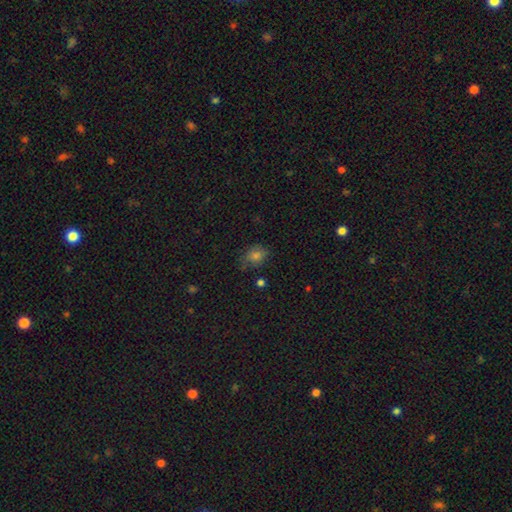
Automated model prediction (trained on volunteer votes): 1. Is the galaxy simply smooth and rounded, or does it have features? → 73% smooth, 15% star or artifact, 11% featured or disk.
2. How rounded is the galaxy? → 55% in between, 44% round, 1% cigar-shaped.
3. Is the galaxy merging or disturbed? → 68% none, 24% minor disturbance, 6% major disturbance, 2% merger.